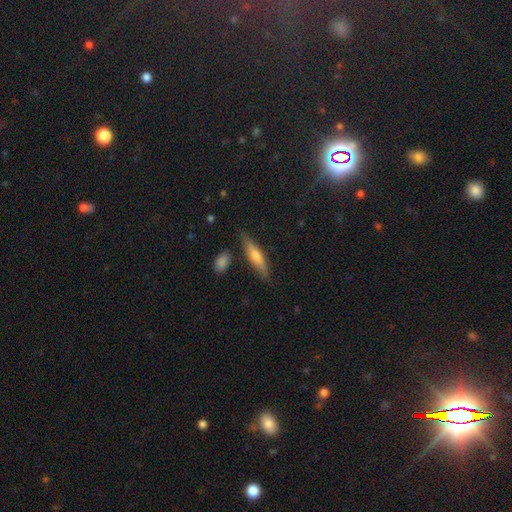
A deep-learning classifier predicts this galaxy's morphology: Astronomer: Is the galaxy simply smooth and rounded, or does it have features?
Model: smooth — 48% (runner-up: featured or disk, 42%).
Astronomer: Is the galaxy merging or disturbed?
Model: none — 83%.